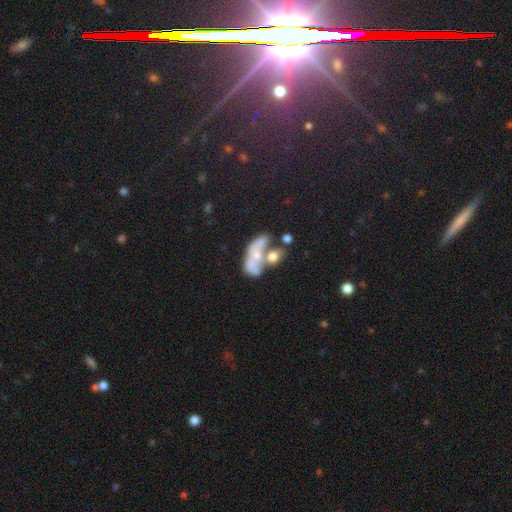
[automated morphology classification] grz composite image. It shows a featured or disk galaxy (46%). Merging: merger (57%).